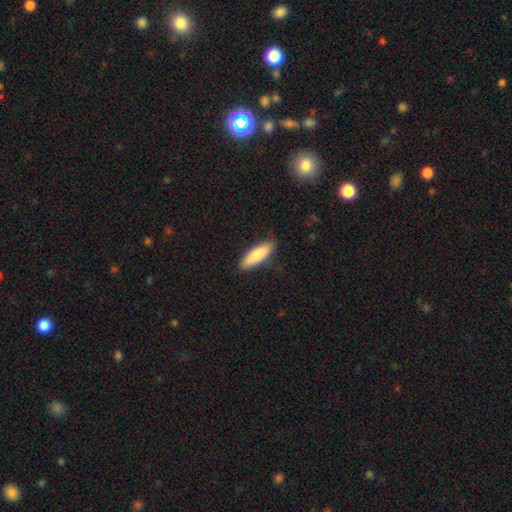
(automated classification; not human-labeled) smooth-or-featured: smooth: 82% | featured or disk: 12% | star or artifact: 5%
  how-rounded: in between: 50% | cigar-shaped: 48% | round: 2%
  merging: none: 84% | minor disturbance: 12% | major disturbance: 2% | merger: 1%